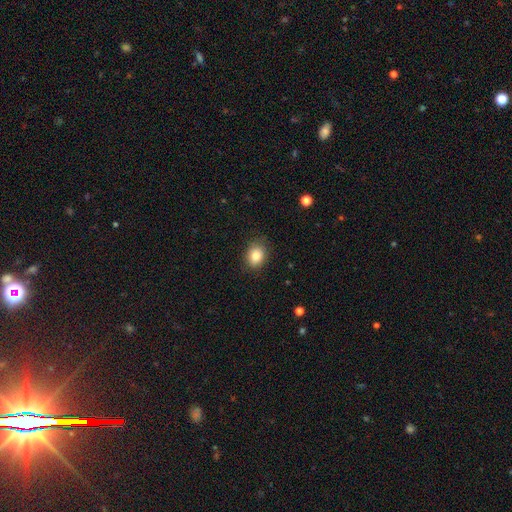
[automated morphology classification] This appears to be a smooth galaxy with no disk features (85%) that is in between round and cigar-shaped (60%). Merging: none (82%).